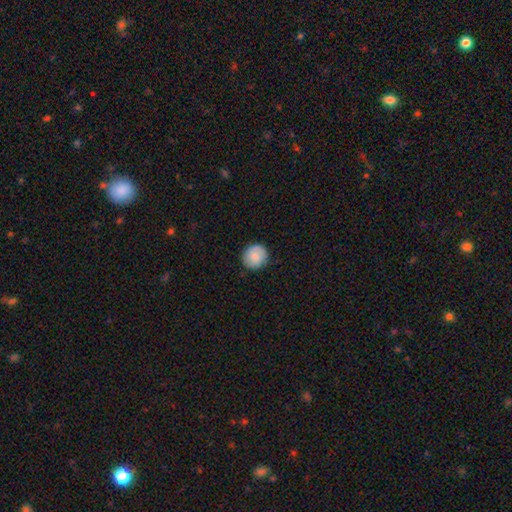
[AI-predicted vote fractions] The model was most divided on "smooth or featured": smooth: 83%, featured or disk: 11%, star or artifact: 7%. More confident: how rounded — round (87%); merging — none (86%).